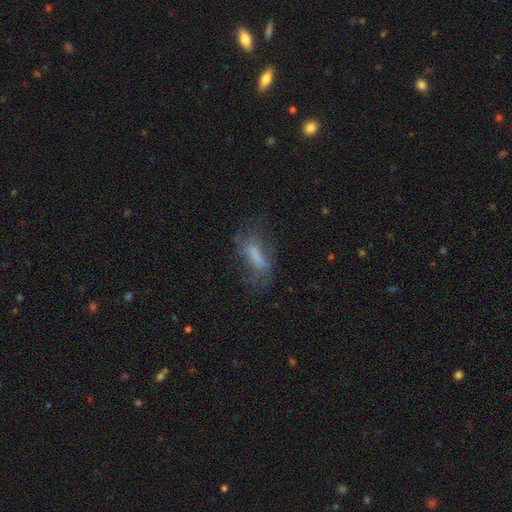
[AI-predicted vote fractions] The model was most divided on "smooth or featured": smooth: 51%, featured or disk: 37%, star or artifact: 12%. Remaining: how rounded — in between (62%); merging — none (48%).